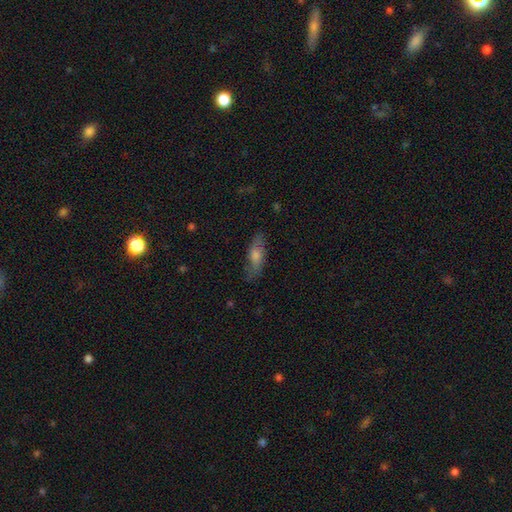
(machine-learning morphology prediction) Smooth or featured: smooth — 63% (featured or disk — 30%)
How rounded: in between — 58% (cigar-shaped — 39%)
Merging: none — 78% (minor disturbance — 16%)